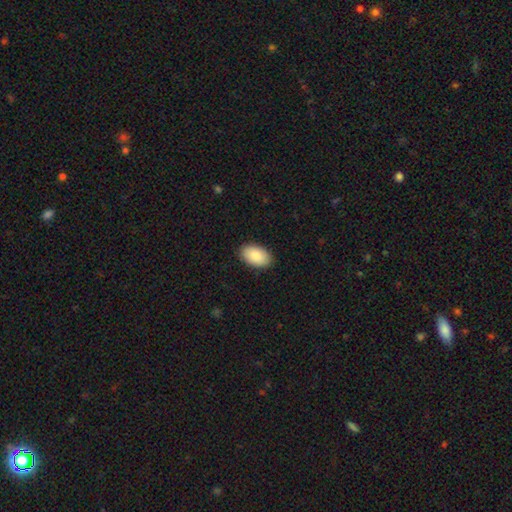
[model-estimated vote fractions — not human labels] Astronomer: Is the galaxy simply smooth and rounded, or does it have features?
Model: smooth — 86%.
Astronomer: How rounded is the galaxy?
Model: in between — 93%.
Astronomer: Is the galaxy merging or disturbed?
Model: none — 89%.